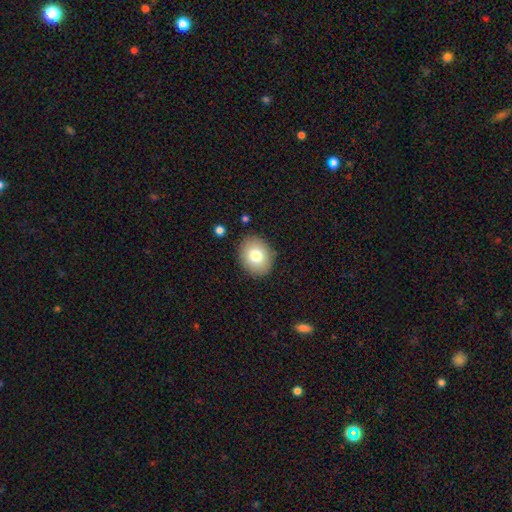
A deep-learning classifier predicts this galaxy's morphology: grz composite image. It shows a smooth galaxy with no disk features (77%) that is in between round and cigar-shaped (50%). Merging: none (87%).